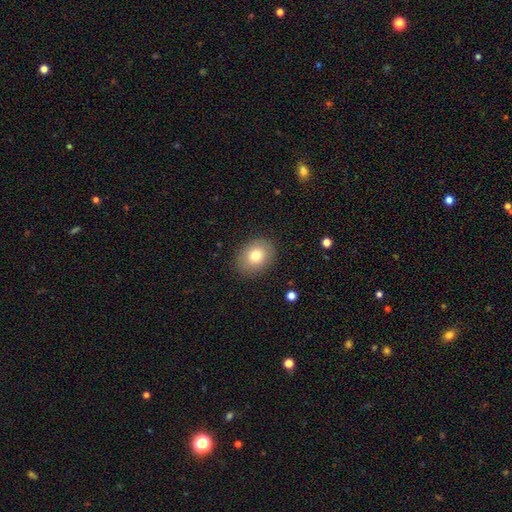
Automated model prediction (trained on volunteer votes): Smooth or featured?
  - smooth: 77% *
  - featured or disk: 13%
  - star or artifact: 10%
How rounded?
  - in between: 52% *
  - round: 47%
  - cigar-shaped: 1%
Merging?
  - none: 87% *
  - minor disturbance: 9%
  - major disturbance: 3%
  - merger: 1%